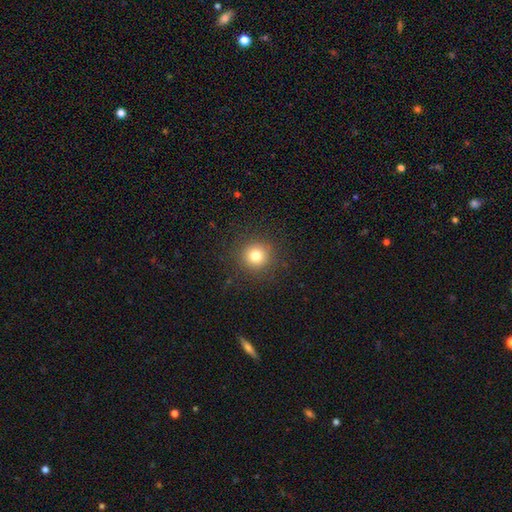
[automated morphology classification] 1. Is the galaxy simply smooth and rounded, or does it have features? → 79% smooth, 13% star or artifact, 7% featured or disk.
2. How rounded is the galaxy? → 95% round, 5% in between, 1% cigar-shaped.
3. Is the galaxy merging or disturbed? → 90% none, 6% minor disturbance, 3% major disturbance, 1% merger.